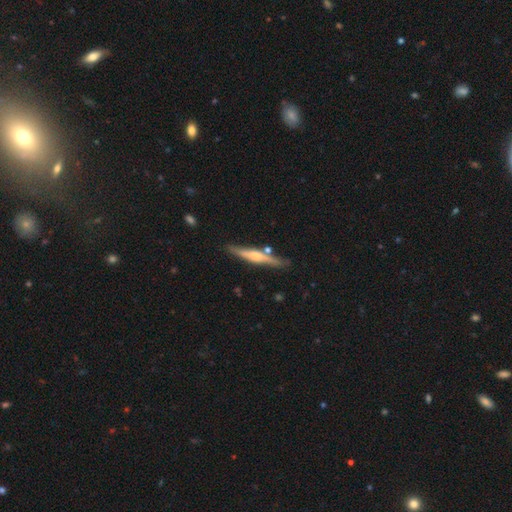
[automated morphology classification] Overall: featured or disk (63%; smooth 31%). Edge-on disk: yes (96%). Edge-on bulge: rounded (81%). Merging: none (81%).